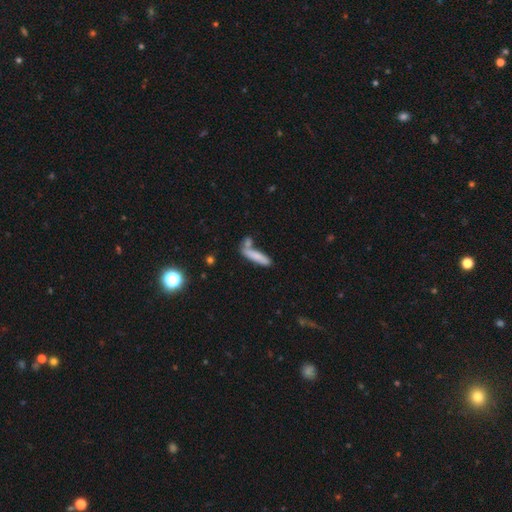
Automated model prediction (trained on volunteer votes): A smooth galaxy with no disk features (77%) that is cigar-shaped (79%). Merging: none (54%).